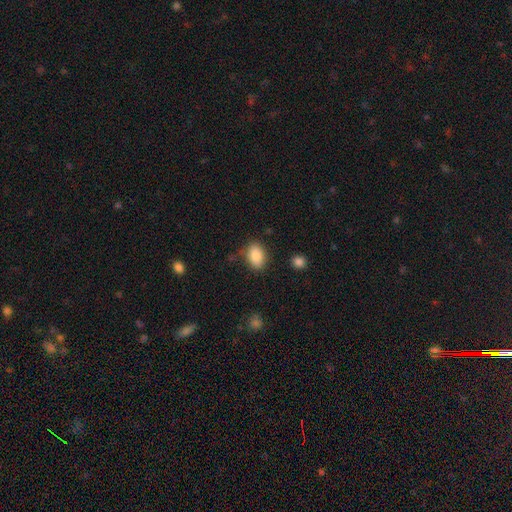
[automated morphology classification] A smooth galaxy with no disk features (87%) that is in between round and cigar-shaped (85%). Merging: none (79%).